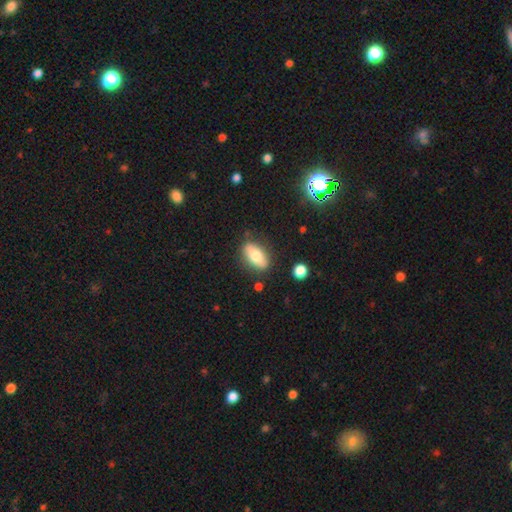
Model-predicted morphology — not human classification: Smooth or featured?
  - smooth: 70% *
  - featured or disk: 23%
  - star or artifact: 7%
How rounded?
  - in between: 85% *
  - cigar-shaped: 10%
  - round: 5%
Merging?
  - none: 82% *
  - minor disturbance: 12%
  - major disturbance: 3%
  - merger: 3%